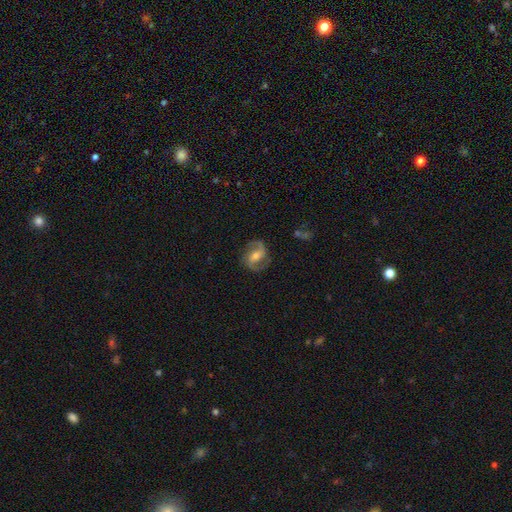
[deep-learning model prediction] A featured or disk galaxy (83%) with a weak bar (42%), 2 (91%) medium (51%) spiral arms (95%) and a moderate central bulge (57%). Merging: none (80%).